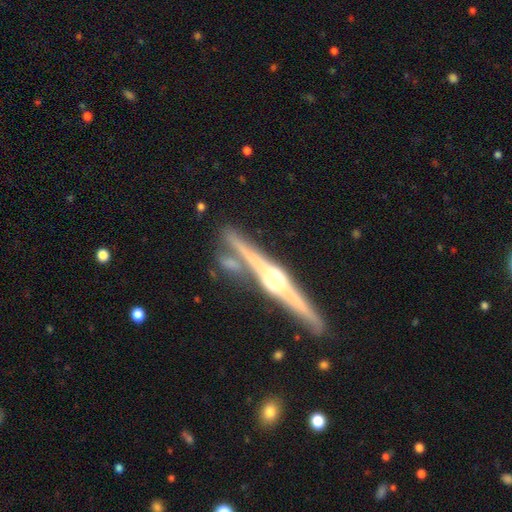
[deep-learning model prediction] Smooth or featured?
  - featured or disk: 86% *
  - smooth: 8%
  - star or artifact: 5%
Edge-on disk?
  - yes: 98% *
  - no: 2%
Edge-on bulge?
  - rounded: 88% *
  - boxy: 9%
  - none: 4%
Merging?
  - none: 78% *
  - minor disturbance: 10%
  - merger: 9%
  - major disturbance: 3%